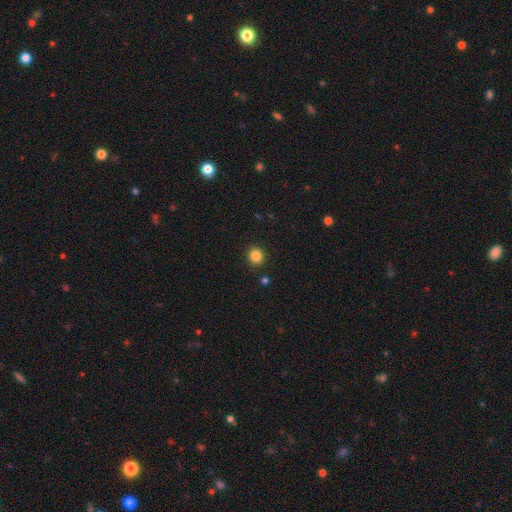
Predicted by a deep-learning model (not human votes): This appears to be a smooth galaxy with no disk features (85%) that is round (88%). Merging: none (91%).